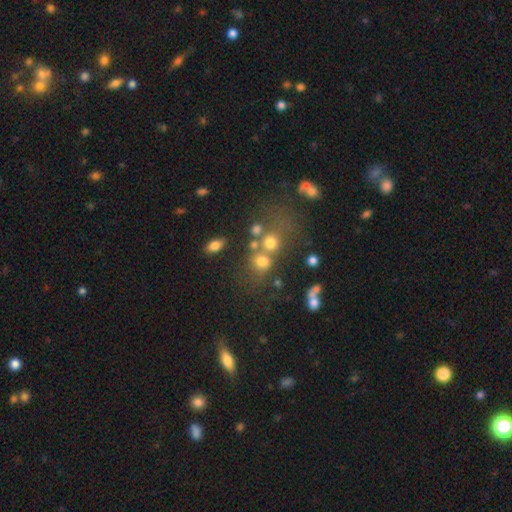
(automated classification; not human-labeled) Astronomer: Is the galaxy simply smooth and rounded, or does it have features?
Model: smooth — 46% (runner-up: star or artifact, 35%).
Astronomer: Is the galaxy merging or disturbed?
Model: none — 44% (runner-up: merger, 42%).